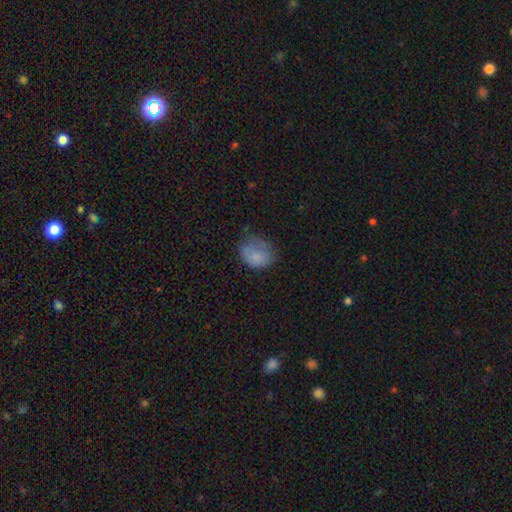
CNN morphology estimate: Q: Smooth or featured?
A: smooth (77%); runner-up: featured or disk (13%)
Q: How rounded?
A: in between (54%); runner-up: round (45%)
Q: Merging?
A: none (49%); runner-up: minor disturbance (32%)